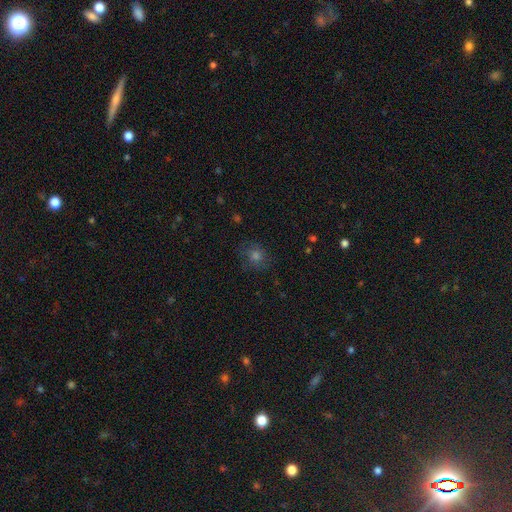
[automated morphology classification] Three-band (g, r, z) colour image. It shows a smooth galaxy with no disk features (60%) that is round (77%). Merging: none (79%).